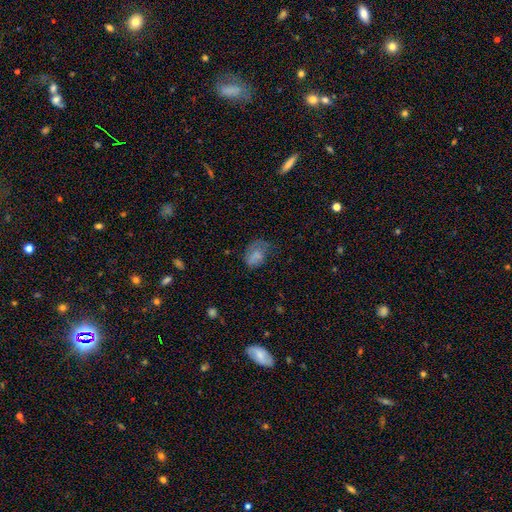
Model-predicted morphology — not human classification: Overall: smooth (68%). How rounded: in between (77%). Merging: none (35%; minor disturbance 32%).